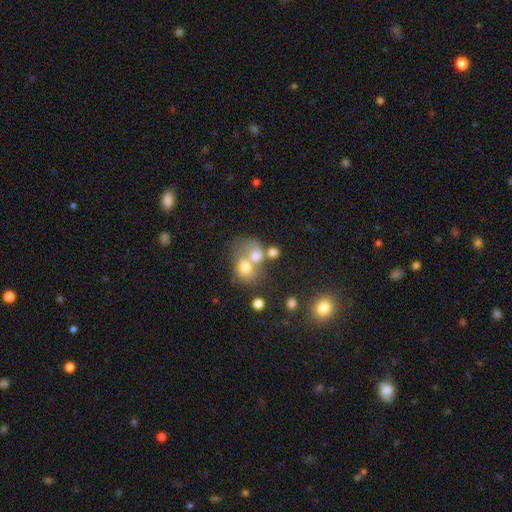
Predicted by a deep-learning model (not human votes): Smooth or featured?
  - smooth: 65% *
  - featured or disk: 23%
  - star or artifact: 13%
How rounded?
  - round: 59% *
  - in between: 40%
  - cigar-shaped: 1%
Merging?
  - merger: 64% *
  - none: 21%
  - minor disturbance: 7%
  - major disturbance: 7%